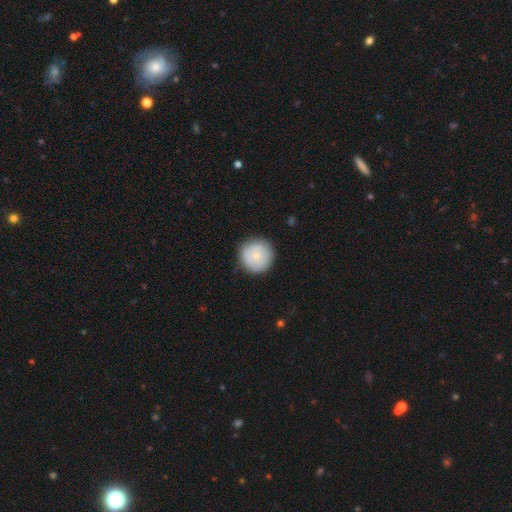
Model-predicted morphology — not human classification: type=smooth (67%); roundness=round (96%); merging=none (85%).